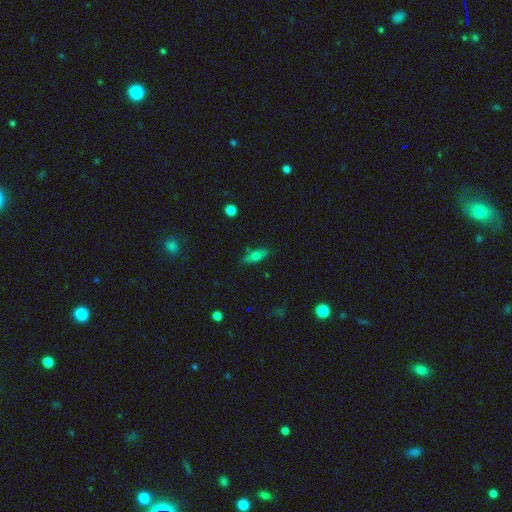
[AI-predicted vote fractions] A smooth galaxy with no disk features (65%) that is in between round and cigar-shaped (70%).

Vote fractions:
- Smooth or featured? smooth: 65% / featured or disk: 25% / star or artifact: 10%
- How rounded? in between: 70% / cigar-shaped: 26% / round: 5%
- Merging? none: 80% / minor disturbance: 15% / major disturbance: 3% / merger: 2%